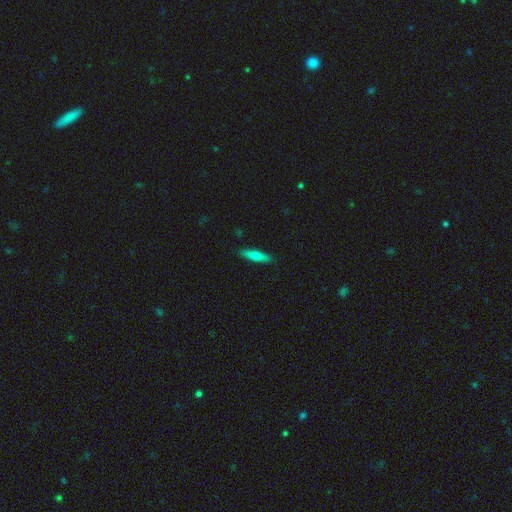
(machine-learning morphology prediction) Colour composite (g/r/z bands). It shows a smooth galaxy with no disk features (62%) that is cigar-shaped (81%). Merging: none (90%).